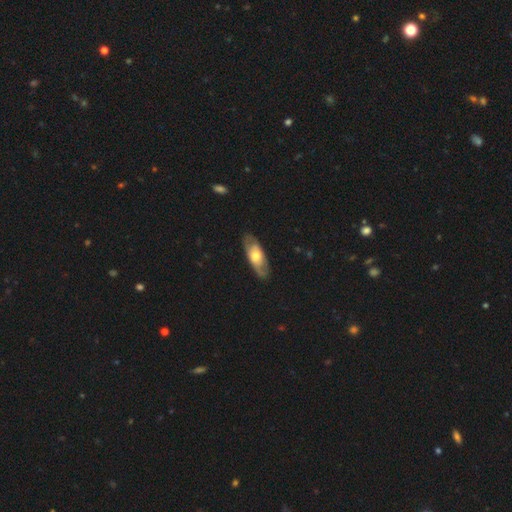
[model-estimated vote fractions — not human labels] smooth-or-featured: featured or disk: 53% | smooth: 42% | star or artifact: 5%
  disk-edge-on: no: 73% | yes: 27%
  merging: none: 82% | minor disturbance: 14% | major disturbance: 3% | merger: 1%